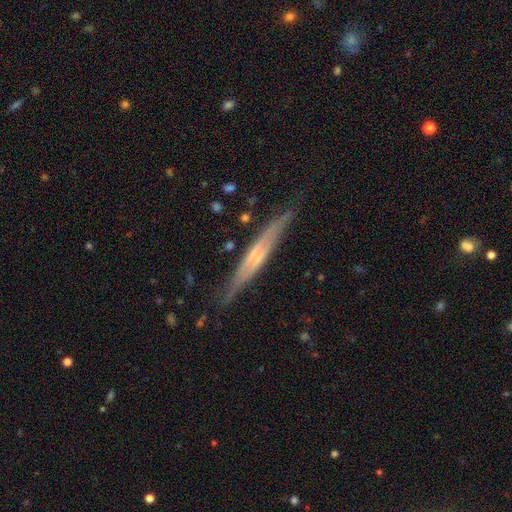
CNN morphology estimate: Q: Smooth or featured?
A: featured or disk (66%); runner-up: smooth (28%)
Q: Edge-on disk?
A: yes (93%); runner-up: no (7%)
Q: Edge-on bulge?
A: none (42%); runner-up: rounded (41%)
Q: Merging?
A: none (79%); runner-up: minor disturbance (16%)